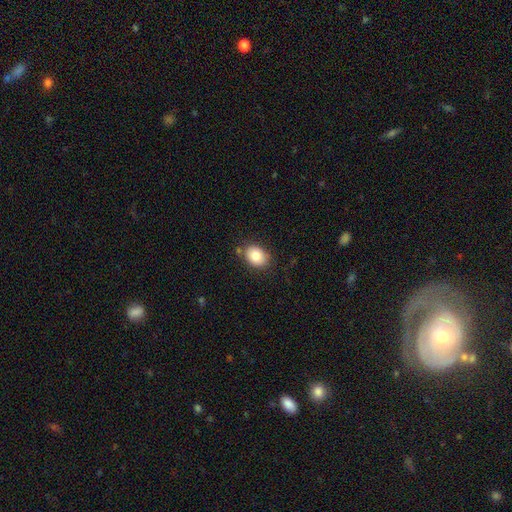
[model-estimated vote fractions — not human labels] The model was most divided on "how rounded": in between: 61%, round: 38%, cigar-shaped: 1%. More confident: smooth or featured — smooth (83%); merging — none (79%).